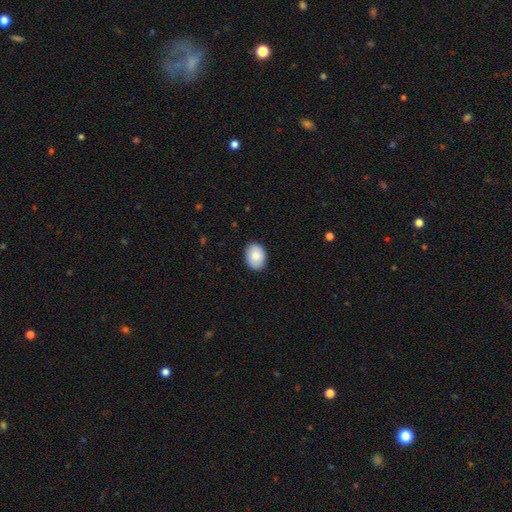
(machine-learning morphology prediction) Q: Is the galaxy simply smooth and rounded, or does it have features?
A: smooth — 85%.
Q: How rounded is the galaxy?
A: in between — 75%.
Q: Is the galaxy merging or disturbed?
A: none — 88%.